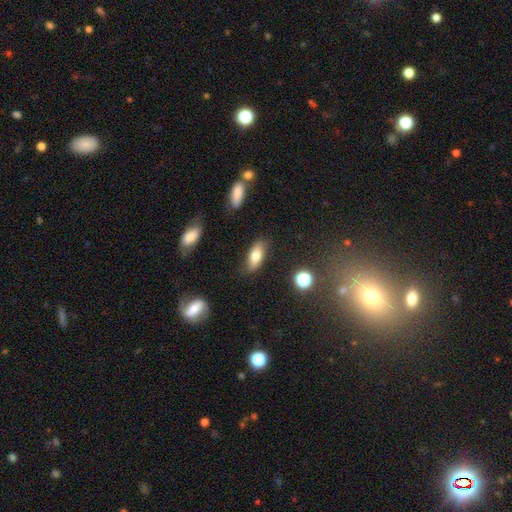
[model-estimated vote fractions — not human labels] Q: Smooth or featured?
A: smooth (75%); runner-up: featured or disk (17%)
Q: How rounded?
A: in between (81%); runner-up: cigar-shaped (16%)
Q: Merging?
A: none (81%); runner-up: minor disturbance (14%)